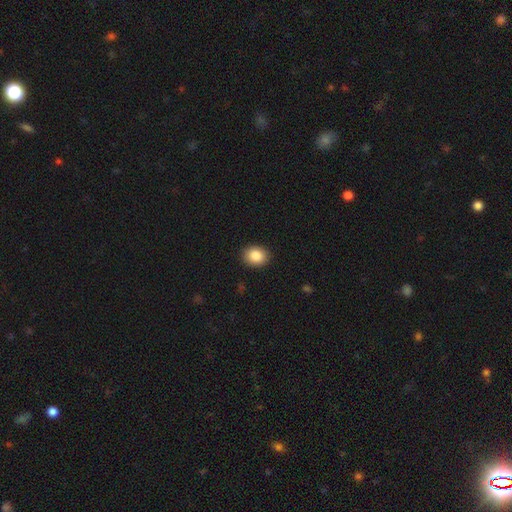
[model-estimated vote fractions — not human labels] This is clearly a smooth galaxy (87%). How rounded: possibly round (50%). Merging: clearly none (90%).